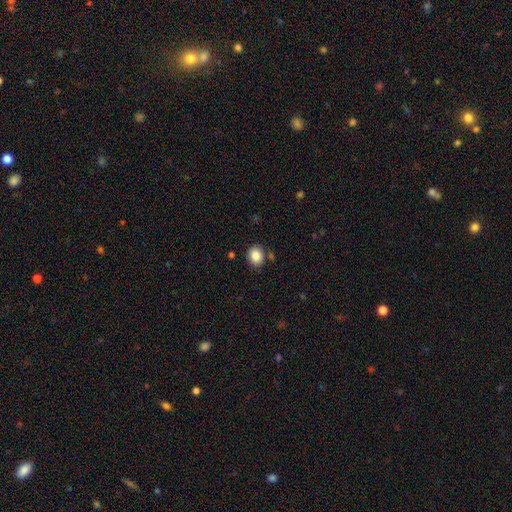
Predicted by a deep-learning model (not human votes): Overall: smooth (86%). How rounded: round (61%; in between 38%). Merging: none (83%).